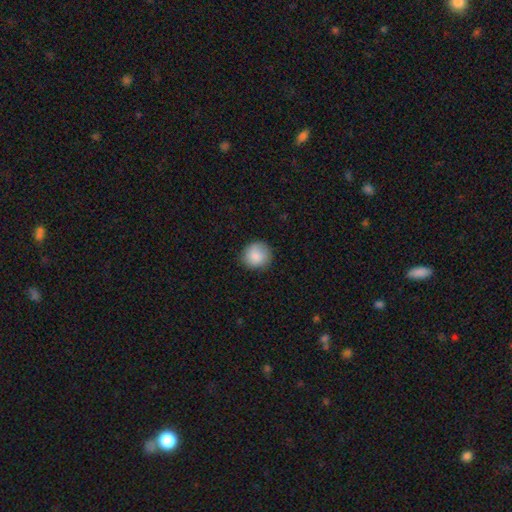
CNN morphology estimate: type=smooth (86%); roundness=round (91%); merging=none (87%).